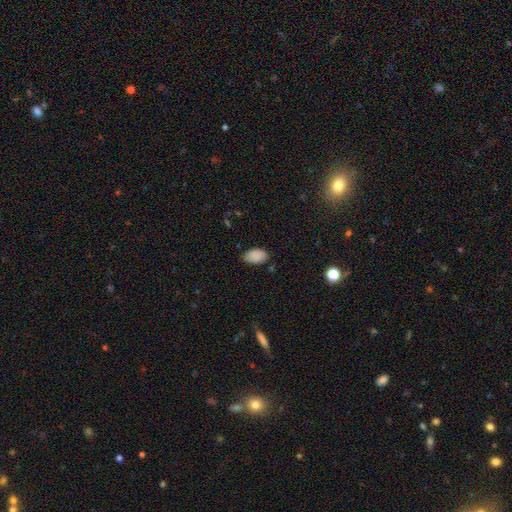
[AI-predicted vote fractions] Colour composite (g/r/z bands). It shows a smooth galaxy with no disk features (86%) that is in between round and cigar-shaped (93%). Merging: none (76%).